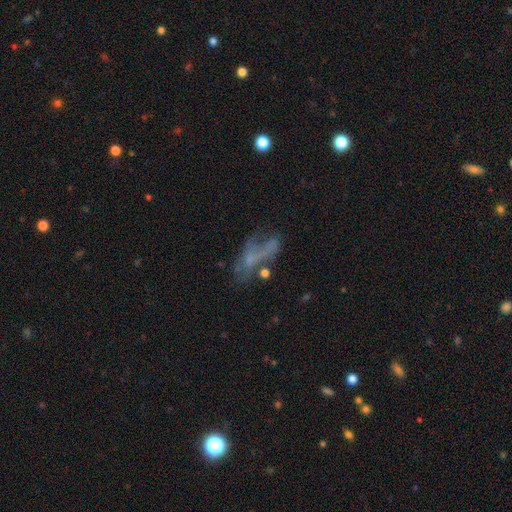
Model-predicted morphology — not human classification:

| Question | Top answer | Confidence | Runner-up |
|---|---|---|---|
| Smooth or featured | featured or disk | 49% | smooth (31%) |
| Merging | none | 34% | tied: major disturbance (34%) |